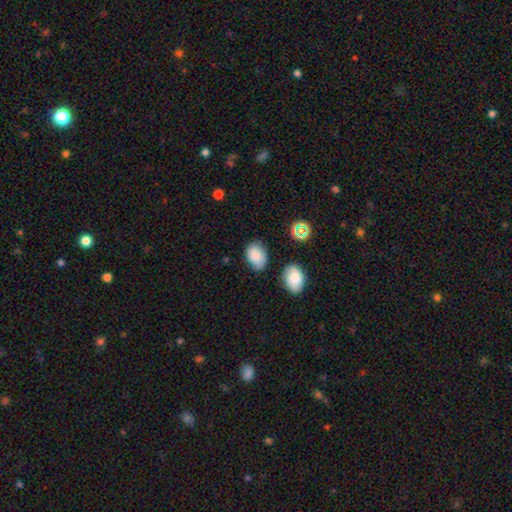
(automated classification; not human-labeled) Smooth or featured: smooth — 81% (star or artifact — 10%)
How rounded: in between — 81% (round — 18%)
Merging: none — 64% (minor disturbance — 26%)